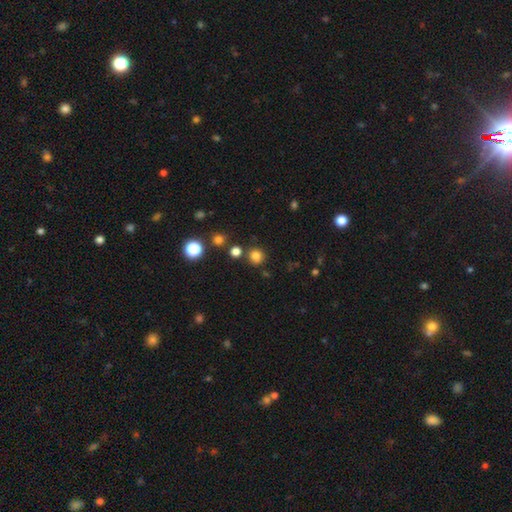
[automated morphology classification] Overall: smooth (80%). How rounded: round (91%). Merging: none (84%).